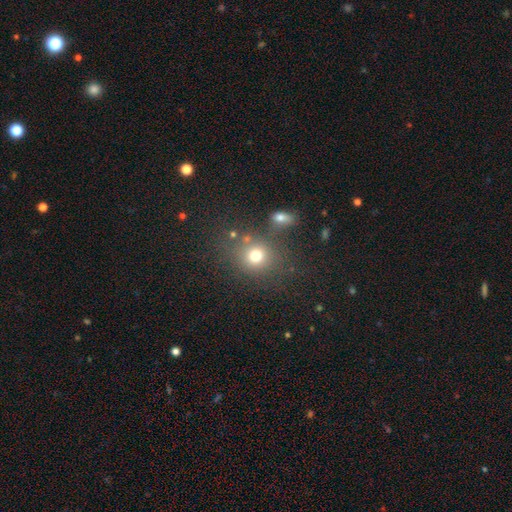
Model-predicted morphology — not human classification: Smooth or featured? smooth (73%)
How rounded? round (76%)
Merging? none (70%)